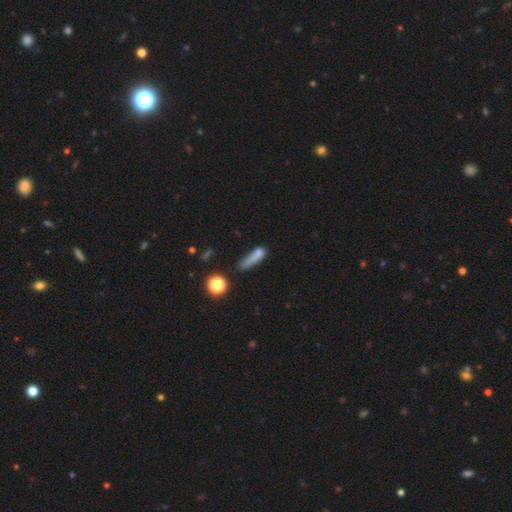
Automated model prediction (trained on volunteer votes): Smooth or featured?
  - smooth: 71% *
  - featured or disk: 16%
  - star or artifact: 13%
How rounded?
  - cigar-shaped: 68% *
  - in between: 25%
  - round: 7%
Merging?
  - none: 42% *
  - minor disturbance: 27%
  - major disturbance: 20%
  - merger: 11%